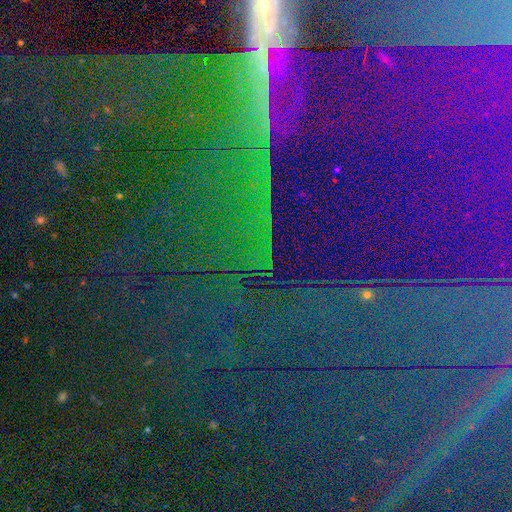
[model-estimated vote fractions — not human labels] star or artifact 84%, featured or disk 8%, smooth 8%.